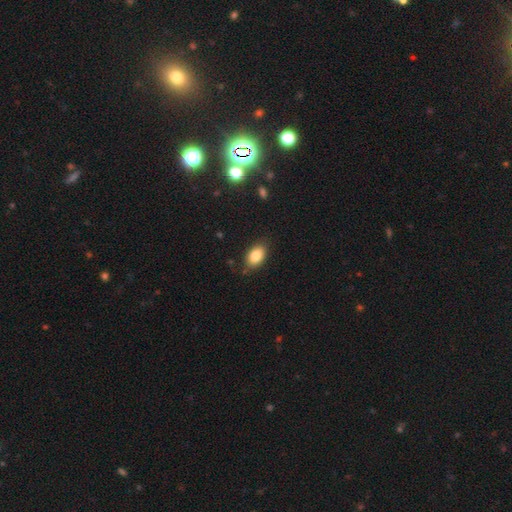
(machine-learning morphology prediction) Smooth or featured?
  - smooth: 83% *
  - featured or disk: 9%
  - star or artifact: 8%
How rounded?
  - in between: 88% *
  - round: 10%
  - cigar-shaped: 2%
Merging?
  - none: 82% *
  - minor disturbance: 13%
  - major disturbance: 3%
  - merger: 2%